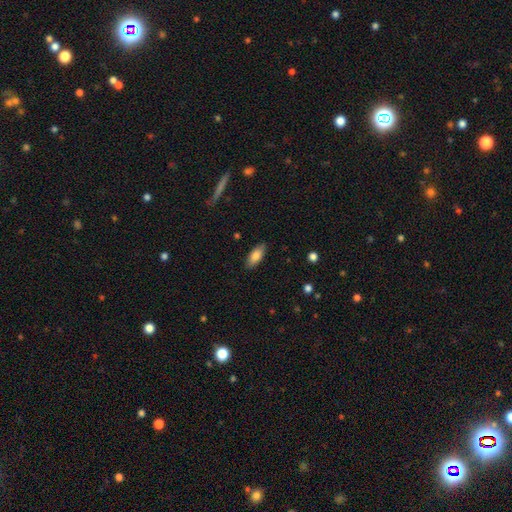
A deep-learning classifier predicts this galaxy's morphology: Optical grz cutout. It shows a smooth galaxy with no disk features (81%) that is in between round and cigar-shaped (82%). Merging: none (87%).